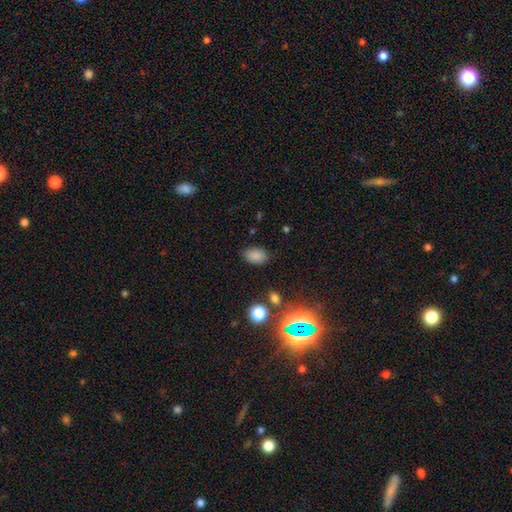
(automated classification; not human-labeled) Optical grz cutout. It shows a smooth galaxy with no disk features (82%) that is in between round and cigar-shaped (87%). Merging: none (83%).